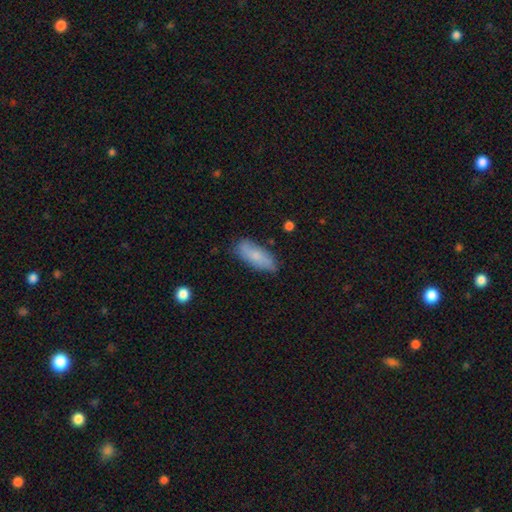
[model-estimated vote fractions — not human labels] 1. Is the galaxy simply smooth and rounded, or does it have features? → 73% smooth, 20% featured or disk, 6% star or artifact.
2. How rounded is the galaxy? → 70% in between, 28% cigar-shaped, 2% round.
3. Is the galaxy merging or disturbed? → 74% none, 21% minor disturbance, 4% major disturbance, 2% merger.